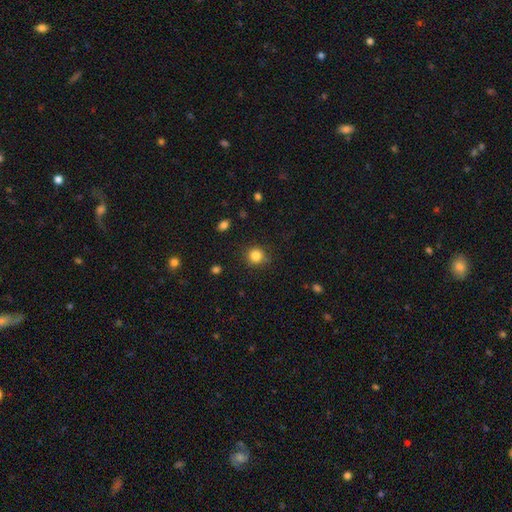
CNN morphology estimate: smooth 84%, star or artifact 12%, featured or disk 5%. Down the decision tree: how rounded — round (91%); merging — none (85%).